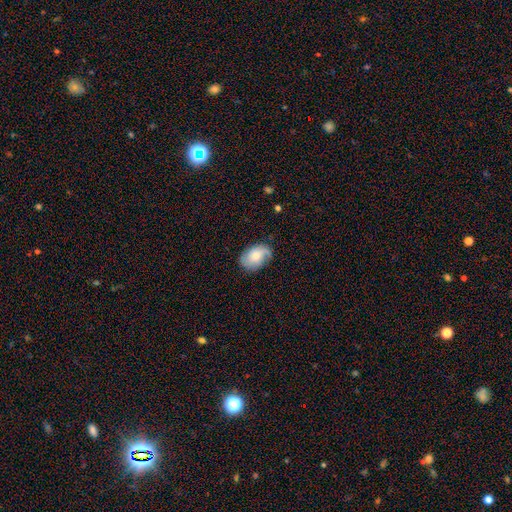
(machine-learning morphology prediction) Q: Smooth or featured?
A: featured or disk (48%); runner-up: smooth (44%)
Q: Merging?
A: none (67%); runner-up: minor disturbance (23%)